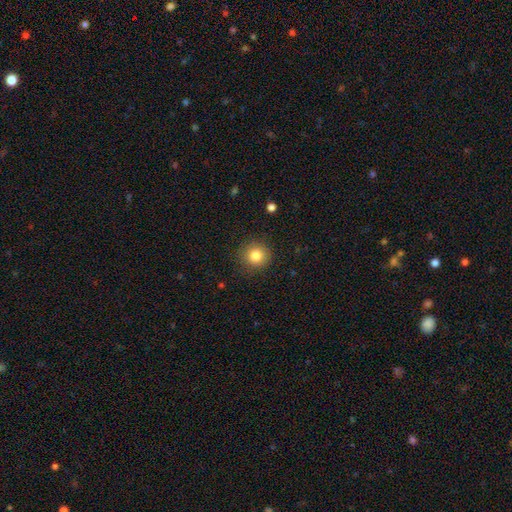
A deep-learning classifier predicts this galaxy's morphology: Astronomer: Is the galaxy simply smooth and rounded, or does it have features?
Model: smooth — 83%.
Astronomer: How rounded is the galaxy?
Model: round — 92%.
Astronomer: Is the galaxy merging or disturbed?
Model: none — 89%.